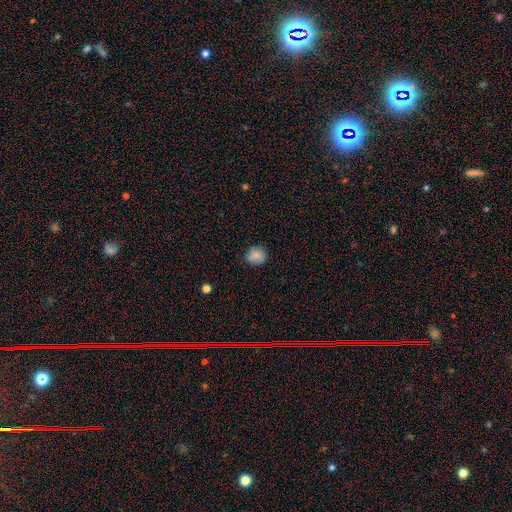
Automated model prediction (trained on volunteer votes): A smooth galaxy with no disk features (84%) that is round (81%).

Vote fractions:
- Smooth or featured? smooth: 84% / star or artifact: 9% / featured or disk: 7%
- How rounded? round: 81% / in between: 18% / cigar-shaped: 1%
- Merging? none: 82% / minor disturbance: 14% / major disturbance: 3% / merger: 1%